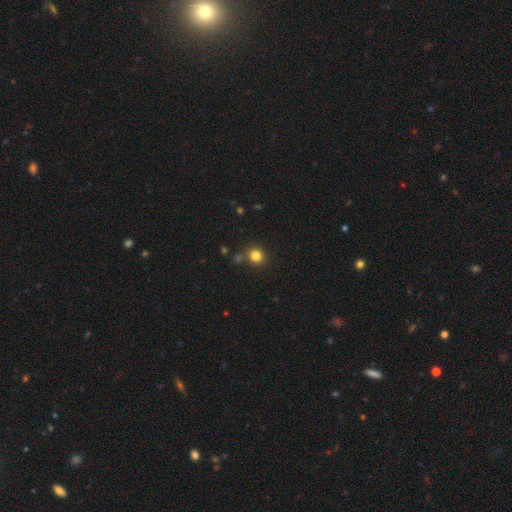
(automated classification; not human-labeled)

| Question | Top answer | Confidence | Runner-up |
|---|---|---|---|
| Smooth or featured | smooth | 81% | star or artifact (14%) |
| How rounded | round | 86% | in between (13%) |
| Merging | none | 80% | minor disturbance (9%) |